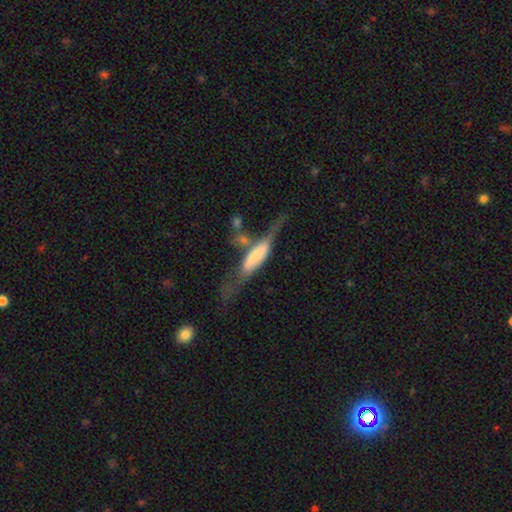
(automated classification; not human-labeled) smooth_or_featured: featured or disk (p=0.53) [alt: smooth p=0.41]
disk_edge_on: yes (p=0.72) [alt: no p=0.28]
merging: none (p=0.33) [alt: major disturbance p=0.31]